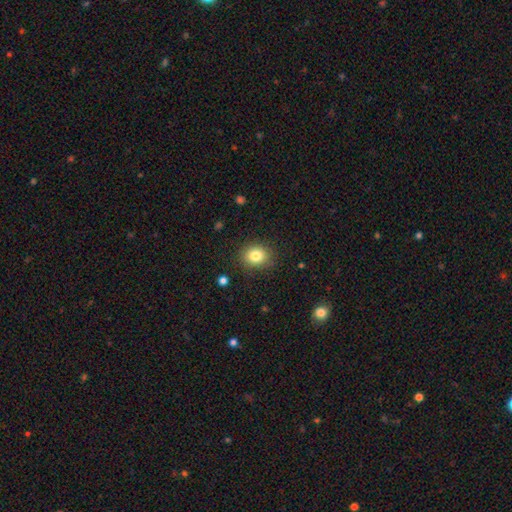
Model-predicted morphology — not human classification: Smooth or featured?
  - smooth: 81% *
  - star or artifact: 11%
  - featured or disk: 8%
How rounded?
  - round: 69% *
  - in between: 30%
  - cigar-shaped: 1%
Merging?
  - none: 87% *
  - minor disturbance: 9%
  - major disturbance: 3%
  - merger: 1%